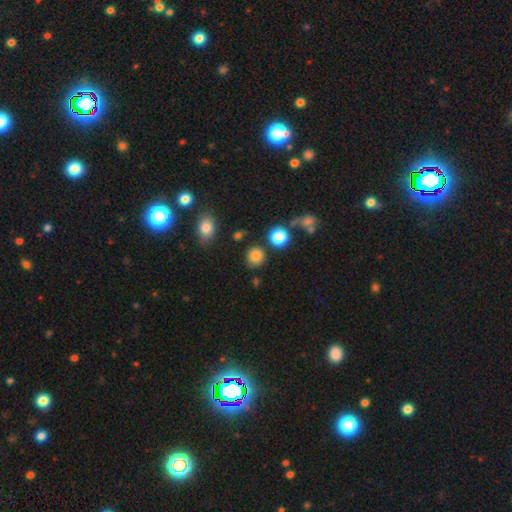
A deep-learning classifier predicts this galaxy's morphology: Smooth or featured? Predicted: smooth (p=0.83). How rounded? Predicted: round (p=0.88). Merging? Predicted: none (p=0.82).